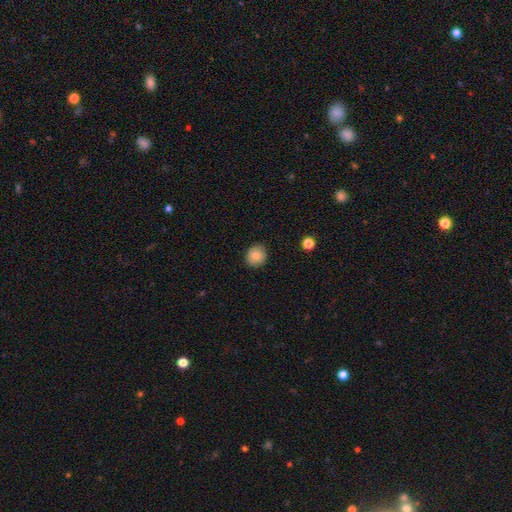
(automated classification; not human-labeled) smooth_or_featured: smooth (p=0.84) [alt: star or artifact p=0.09]
how_rounded: round (p=0.85) [alt: in between p=0.14]
merging: none (p=0.88) [alt: minor disturbance p=0.09]